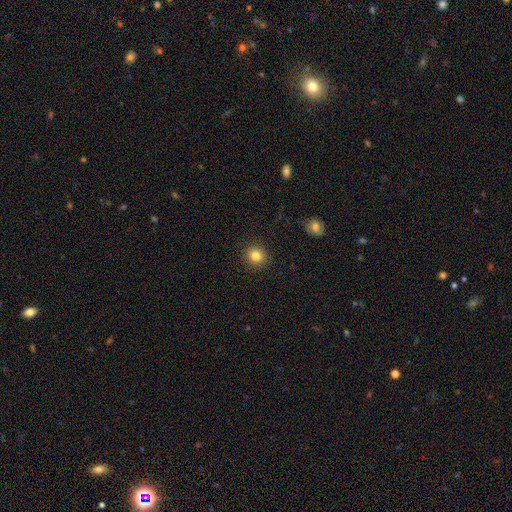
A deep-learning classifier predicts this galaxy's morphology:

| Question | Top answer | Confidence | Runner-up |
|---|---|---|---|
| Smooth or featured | smooth | 82% | star or artifact (11%) |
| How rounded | round | 90% | in between (9%) |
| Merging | none | 91% | minor disturbance (6%) |